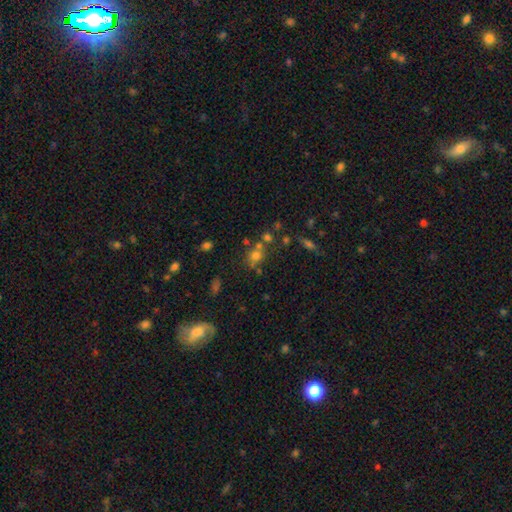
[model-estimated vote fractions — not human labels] smooth_or_featured: smooth (p=0.64) [alt: star or artifact p=0.20]
how_rounded: round (p=0.75) [alt: in between p=0.24]
merging: none (p=0.52) [alt: merger p=0.30]